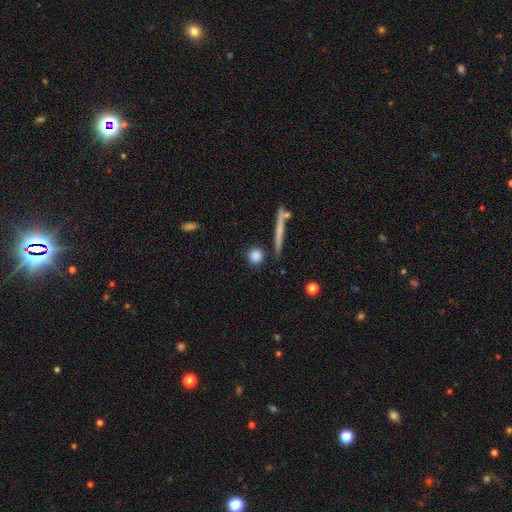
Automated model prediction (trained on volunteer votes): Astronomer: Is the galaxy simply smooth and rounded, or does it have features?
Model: smooth — 82%.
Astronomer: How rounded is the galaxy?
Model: round — 83%.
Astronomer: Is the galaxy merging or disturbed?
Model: none — 82%.